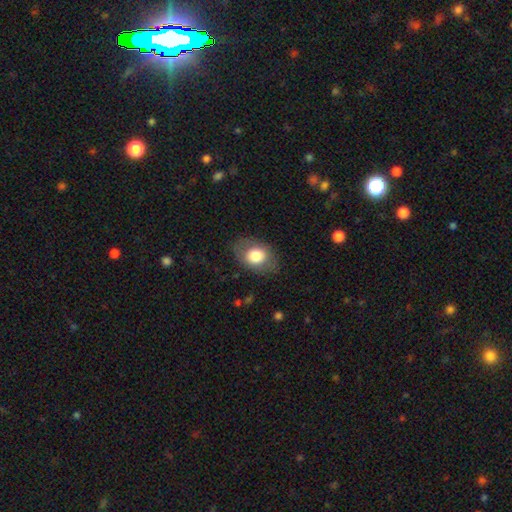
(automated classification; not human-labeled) Q: Smooth or featured?
A: smooth (75%); runner-up: featured or disk (17%)
Q: How rounded?
A: in between (74%); runner-up: round (25%)
Q: Merging?
A: none (78%); runner-up: minor disturbance (15%)